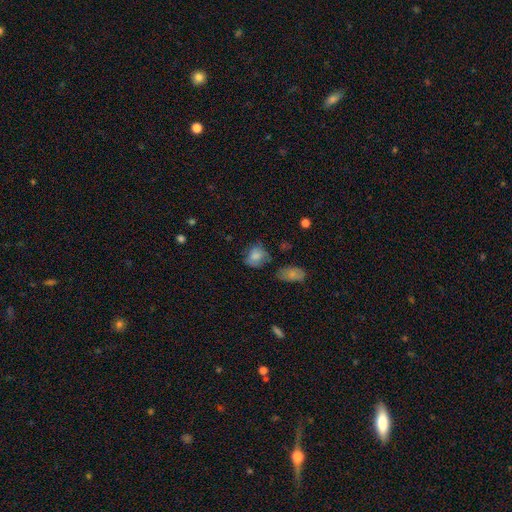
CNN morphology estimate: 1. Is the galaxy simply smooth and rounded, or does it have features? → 77% smooth, 14% featured or disk, 9% star or artifact.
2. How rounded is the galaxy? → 55% round, 44% in between, 1% cigar-shaped.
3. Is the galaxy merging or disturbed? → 54% none, 28% minor disturbance, 11% major disturbance, 6% merger.